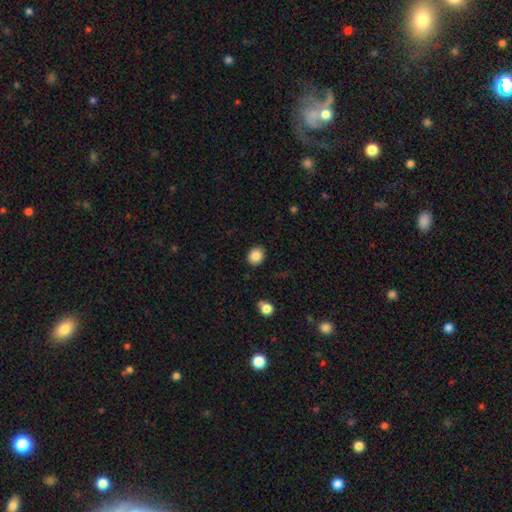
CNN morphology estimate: type=smooth (86%); roundness=round (74%); merging=none (90%).